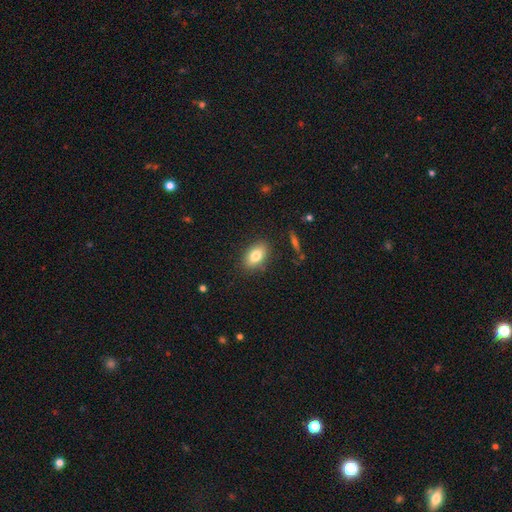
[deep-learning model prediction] Overall: smooth (78%). How rounded: in between (86%). Merging: none (85%).